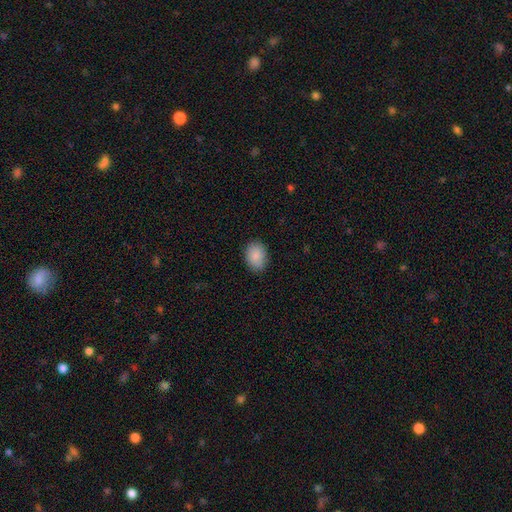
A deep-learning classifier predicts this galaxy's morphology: Smooth or featured? smooth (88%)
How rounded? in between (71%)
Merging? none (86%)